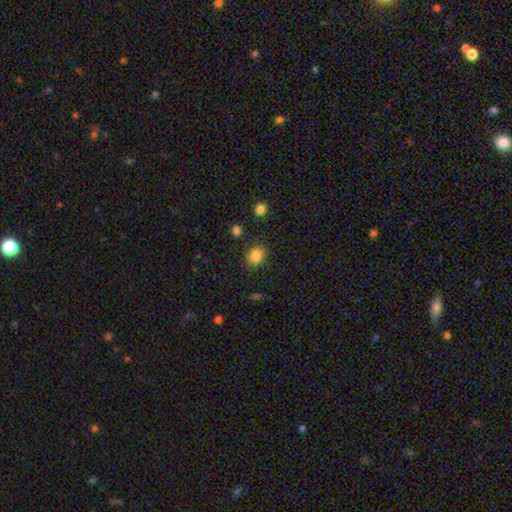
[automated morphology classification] Overall: smooth (84%). How rounded: round (51%; in between 48%). Merging: none (79%).